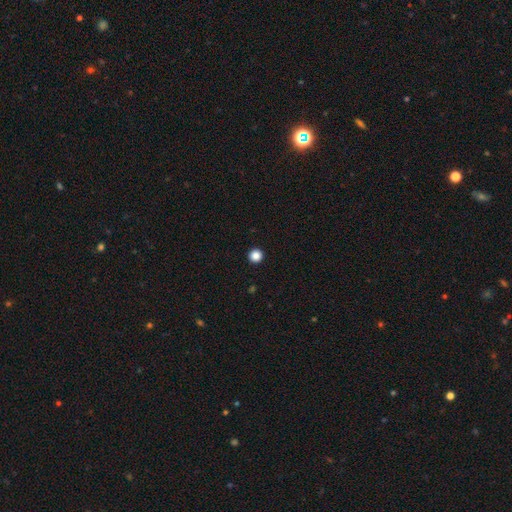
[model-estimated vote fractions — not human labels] smooth_or_featured: smooth (p=0.86) [alt: star or artifact p=0.11]
how_rounded: round (p=0.96) [alt: in between p=0.03]
merging: none (p=0.94) [alt: minor disturbance p=0.03]